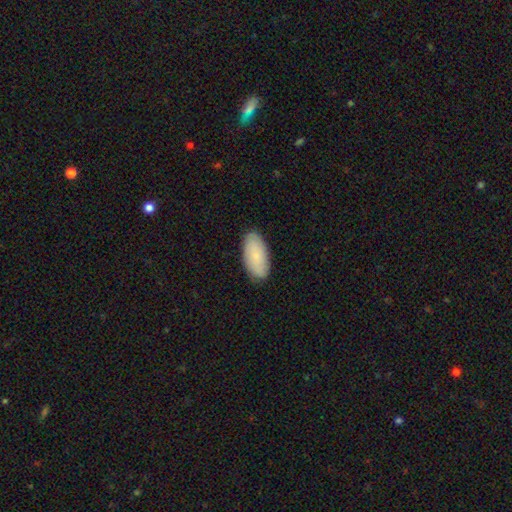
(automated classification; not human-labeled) A smooth galaxy with no disk features (81%) that is in between round and cigar-shaped (93%). Merging: none (87%).